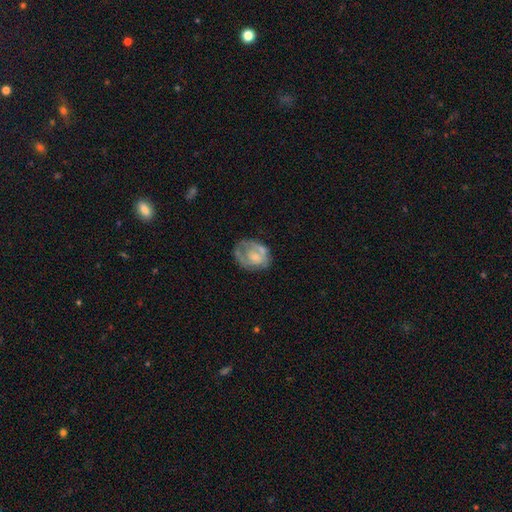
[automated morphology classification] Smooth or featured?
  - featured or disk: 54% *
  - smooth: 39%
  - star or artifact: 7%
Edge-on disk?
  - no: 97% *
  - yes: 3%
Bar?
  - no: 82% *
  - weak: 16%
  - strong: 3%
Spiral arms?
  - no: 61% *
  - yes: 39%
Bulge size?
  - small: 42% *
  - moderate: 34%
  - none: 18%
  - large: 5%
  - dominant: 2%
Merging?
  - none: 44% *
  - minor disturbance: 28%
  - major disturbance: 22%
  - merger: 6%